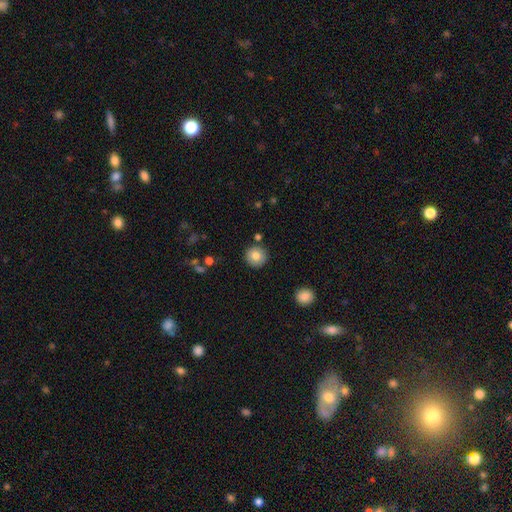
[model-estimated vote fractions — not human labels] Overall: smooth (80%). How rounded: round (95%). Merging: none (88%).